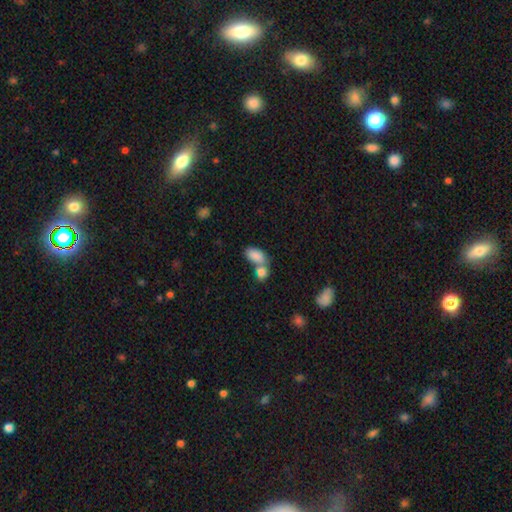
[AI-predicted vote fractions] Smooth or featured? smooth (85%)
How rounded? in between (92%)
Merging? merger (54%)